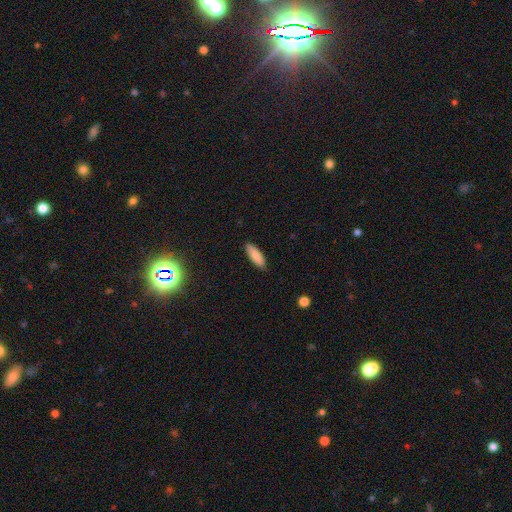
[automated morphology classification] Smooth or featured? Predicted: smooth (p=0.87). How rounded? Predicted: in between (p=0.58). Merging? Predicted: none (p=0.88).